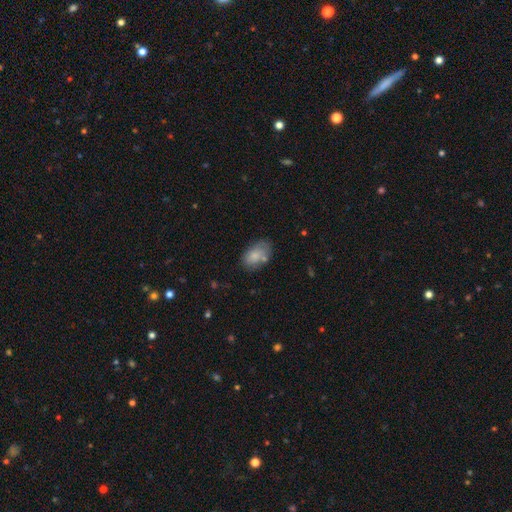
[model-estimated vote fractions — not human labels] A smooth galaxy with no disk features (78%) that is in between round and cigar-shaped (90%).

Vote fractions:
- Smooth or featured? smooth: 78% / featured or disk: 14% / star or artifact: 7%
- How rounded? in between: 90% / round: 9% / cigar-shaped: 1%
- Merging? none: 59% / minor disturbance: 24% / merger: 10% / major disturbance: 7%